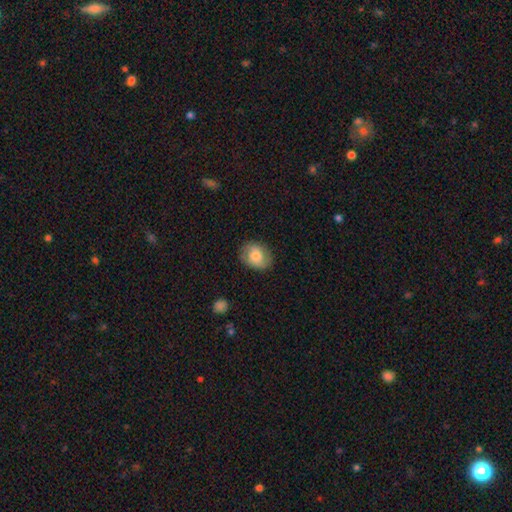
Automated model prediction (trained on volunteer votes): smooth_or_featured: smooth (p=0.63) [alt: featured or disk p=0.30]
how_rounded: in between (p=0.53) [alt: round p=0.46]
merging: none (p=0.79) [alt: minor disturbance p=0.15]